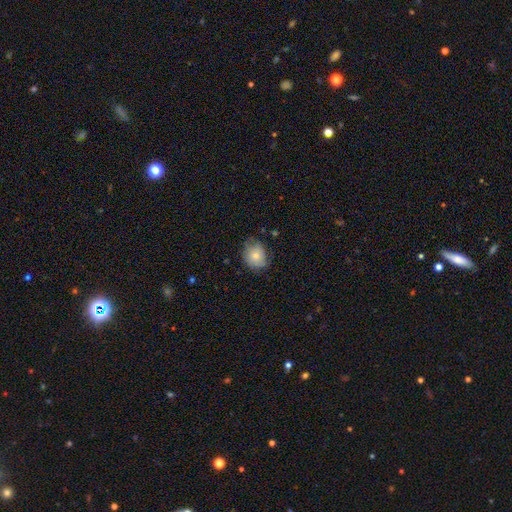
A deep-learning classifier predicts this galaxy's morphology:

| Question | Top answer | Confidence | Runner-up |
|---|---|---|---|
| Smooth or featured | smooth | 72% | featured or disk (20%) |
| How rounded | round | 57% | in between (42%) |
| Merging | none | 56% | minor disturbance (33%) |